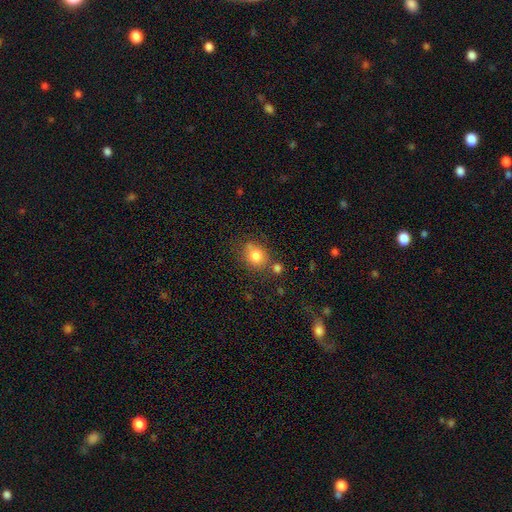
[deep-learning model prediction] This is clearly a smooth galaxy (80%). How rounded: likely round (72%). Merging: likely none (67%).